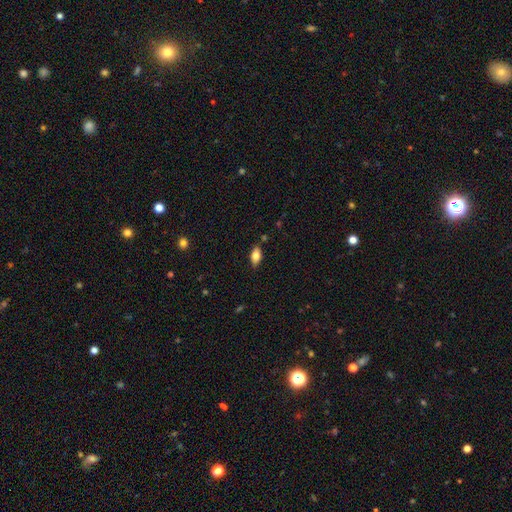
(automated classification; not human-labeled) The model was most divided on "smooth or featured": smooth: 77%, featured or disk: 15%, star or artifact: 7%. More confident: how rounded — in between (89%); merging — none (84%).